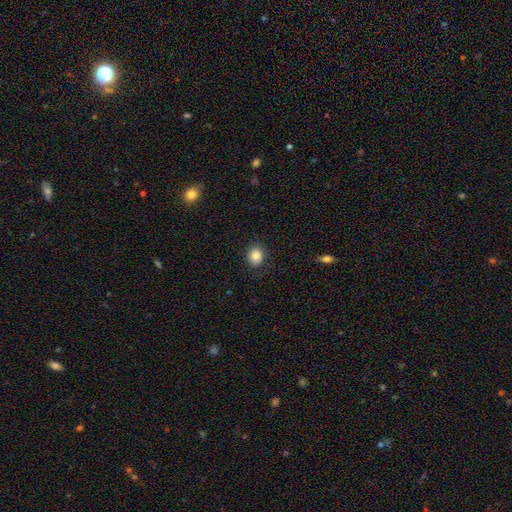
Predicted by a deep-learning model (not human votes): Morphology: type=smooth (84%); roundness=round (65%); merging=none (88%).